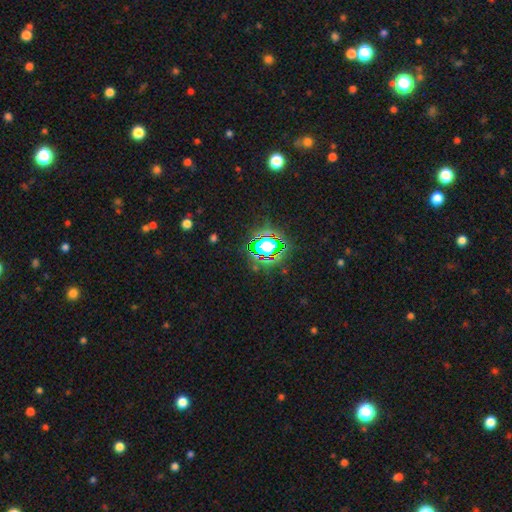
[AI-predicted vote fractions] Q: Smooth or featured?
A: star or artifact (80%); runner-up: smooth (12%)